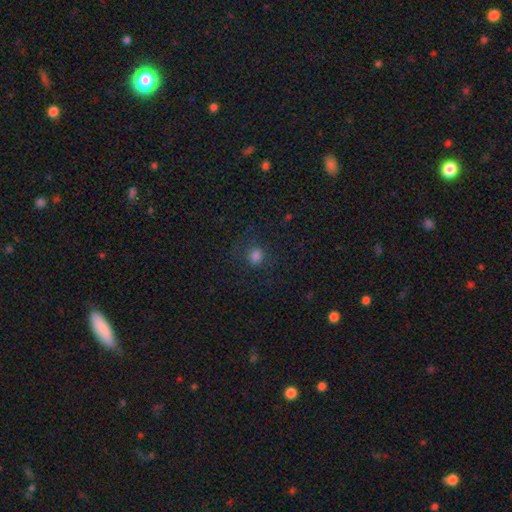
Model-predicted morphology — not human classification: smooth-or-featured: smooth: 77% | star or artifact: 16% | featured or disk: 7%
  how-rounded: round: 75% | in between: 23% | cigar-shaped: 1%
  merging: none: 76% | minor disturbance: 13% | major disturbance: 9% | merger: 2%